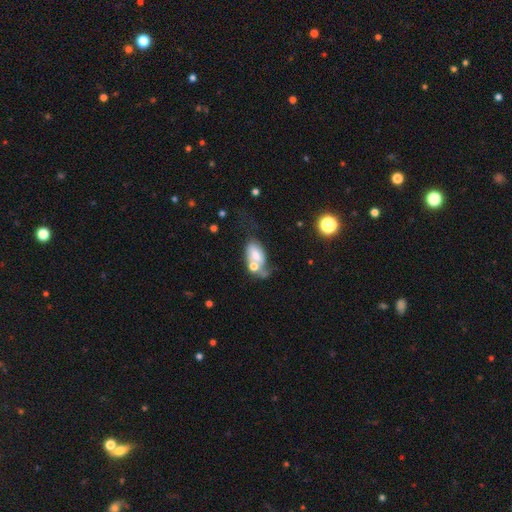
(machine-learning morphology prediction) Q: Smooth or featured?
A: smooth (55%); runner-up: featured or disk (36%)
Q: How rounded?
A: in between (88%); runner-up: round (9%)
Q: Merging?
A: merger (44%); runner-up: none (20%)